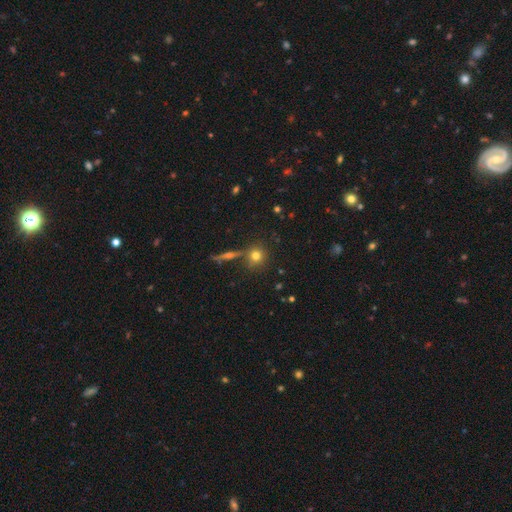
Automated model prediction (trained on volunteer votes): Smooth or featured?
  - smooth: 72% *
  - star or artifact: 15%
  - featured or disk: 13%
How rounded?
  - round: 89% *
  - in between: 9%
  - cigar-shaped: 2%
Merging?
  - none: 74% *
  - merger: 12%
  - minor disturbance: 10%
  - major disturbance: 4%